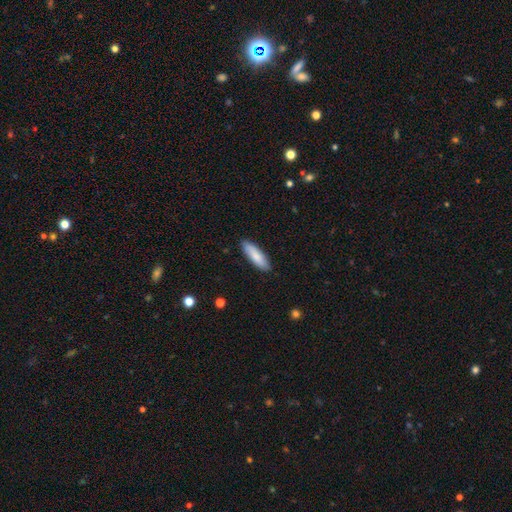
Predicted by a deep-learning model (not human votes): smooth-or-featured: smooth: 83% | featured or disk: 12% | star or artifact: 5%
  how-rounded: cigar-shaped: 55% | in between: 44% | round: 1%
  merging: none: 88% | minor disturbance: 9% | major disturbance: 2% | merger: 1%